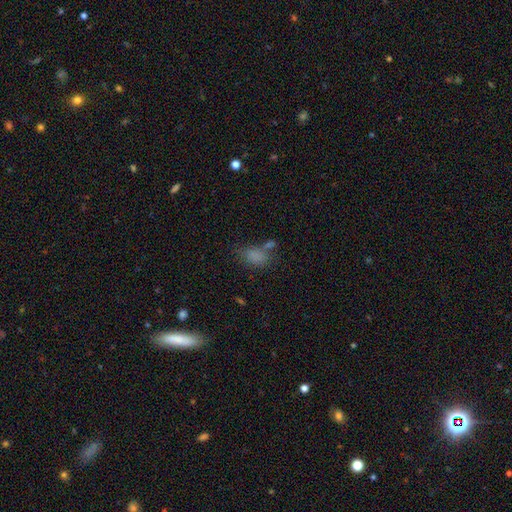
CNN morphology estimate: Smooth or featured? smooth (78%)
How rounded? in between (83%)
Merging? none (49%)